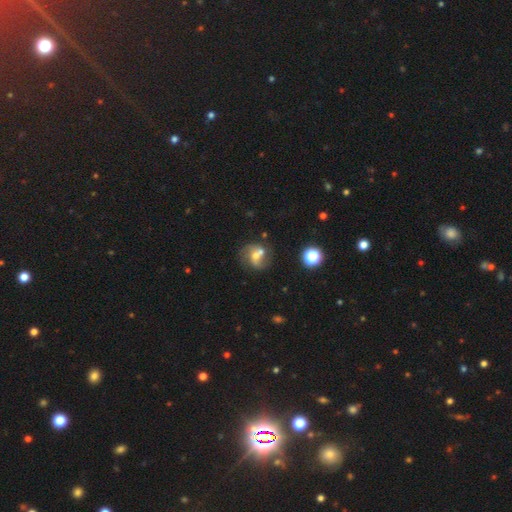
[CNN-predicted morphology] Smooth or featured: featured or disk — 58% (smooth — 30%)
Edge-on disk: no — 97% (yes — 3%)
Bar: no — 56% (weak — 34%)
Spiral arms: yes — 73% (no — 27%)
Bulge size: moderate — 55% (small — 31%)
Merging: merger — 41% (none — 37%)